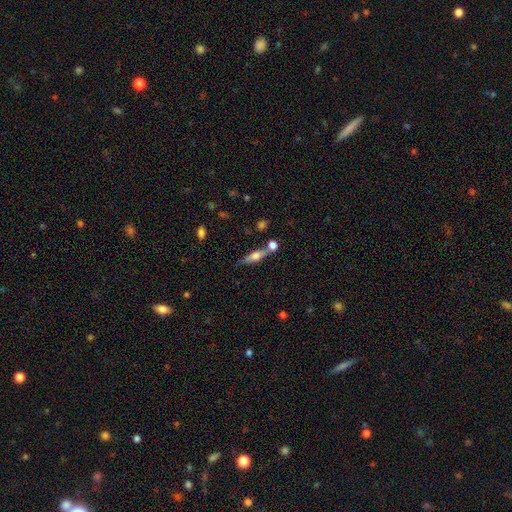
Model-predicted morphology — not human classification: The model was most divided on "smooth or featured": smooth: 47%, featured or disk: 45%, star or artifact: 8%. More confident: merging — none (61%).